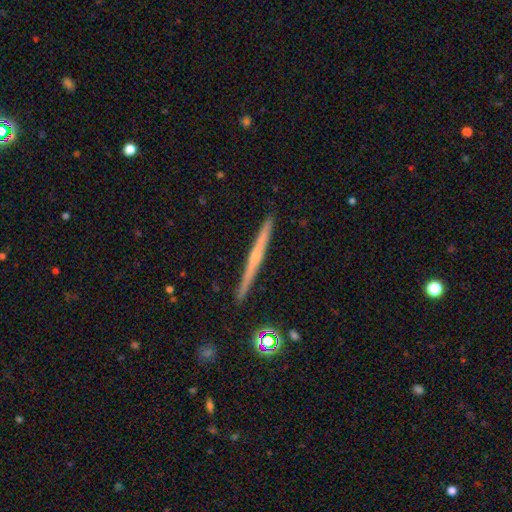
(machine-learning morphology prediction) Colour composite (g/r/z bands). It shows a featured or disk galaxy (63%) viewed edge-on (98%) with no central bulge (58%). Merging: none (91%).